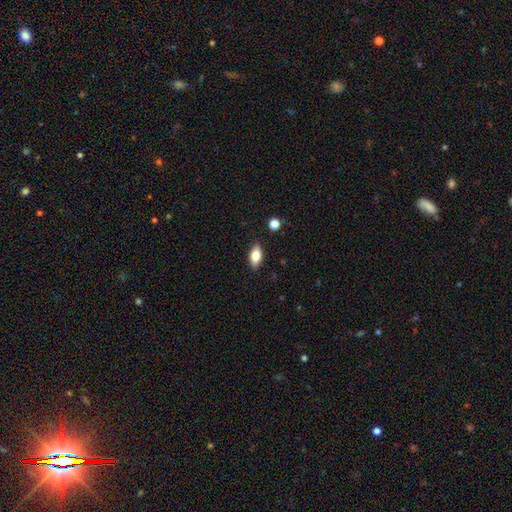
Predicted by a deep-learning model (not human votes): Smooth or featured: smooth — 78% (featured or disk — 14%)
How rounded: in between — 87% (cigar-shaped — 9%)
Merging: none — 87% (minor disturbance — 10%)